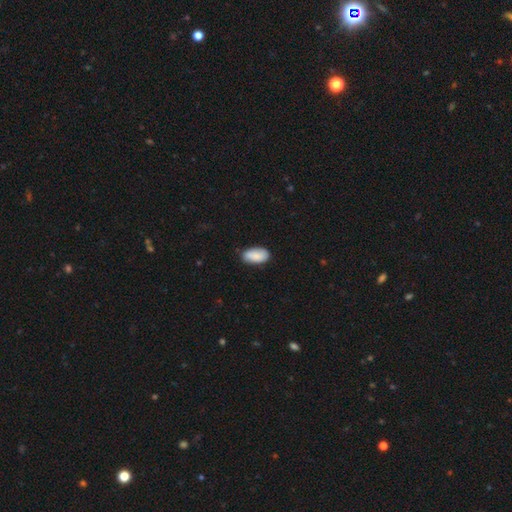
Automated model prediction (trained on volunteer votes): Smooth or featured: smooth — 86% (featured or disk — 8%)
How rounded: in between — 94% (cigar-shaped — 3%)
Merging: none — 81% (minor disturbance — 15%)